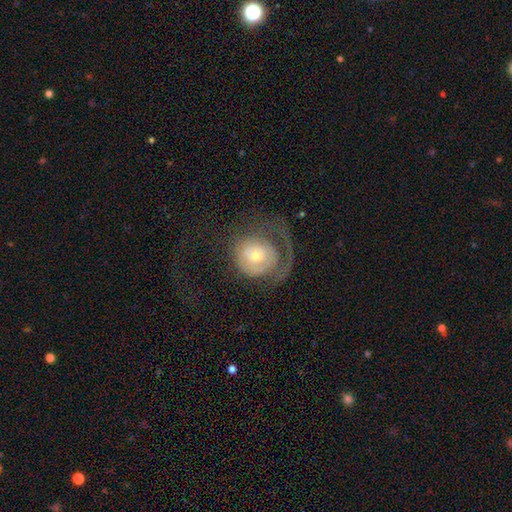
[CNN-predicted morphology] smooth-or-featured: featured or disk: 58% | smooth: 34% | star or artifact: 8%
  disk-edge-on: no: 96% | yes: 4%
    bar: no: 79% | weak: 17% | strong: 4%
    has-spiral-arms: yes: 62% | no: 38%
    bulge-size: moderate: 48% | small: 45% | large: 4% | dominant: 1% | none: 1%
  merging: major disturbance: 48% | none: 34% | minor disturbance: 16% | merger: 2%